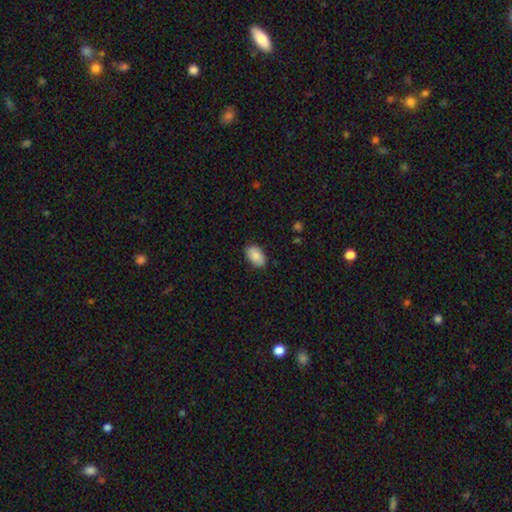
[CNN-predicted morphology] A smooth galaxy with no disk features (86%) that is in between round and cigar-shaped (91%).

Vote fractions:
- Smooth or featured? smooth: 86% / featured or disk: 8% / star or artifact: 6%
- How rounded? in between: 91% / round: 7% / cigar-shaped: 1%
- Merging? none: 84% / minor disturbance: 13% / major disturbance: 2% / merger: 1%